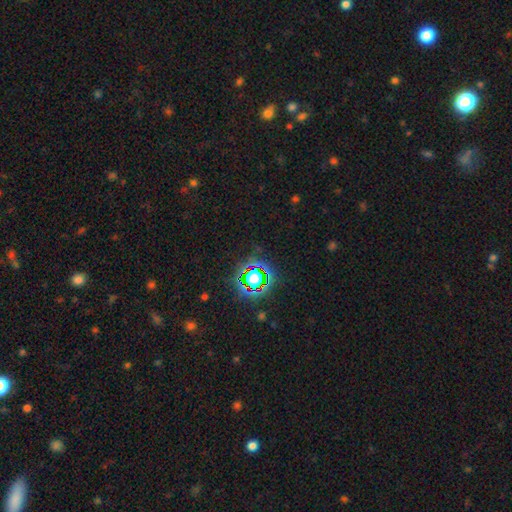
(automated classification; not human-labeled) Smooth or featured?
  - star or artifact: 76% *
  - smooth: 16%
  - featured or disk: 8%